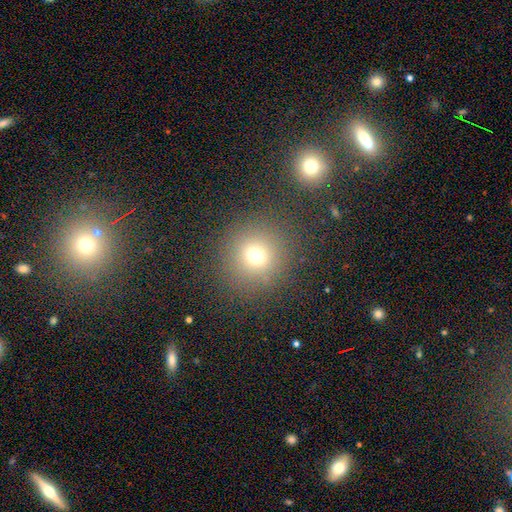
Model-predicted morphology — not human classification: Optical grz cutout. It shows a smooth galaxy with no disk features (69%) that is round (92%). Merging: none (86%).